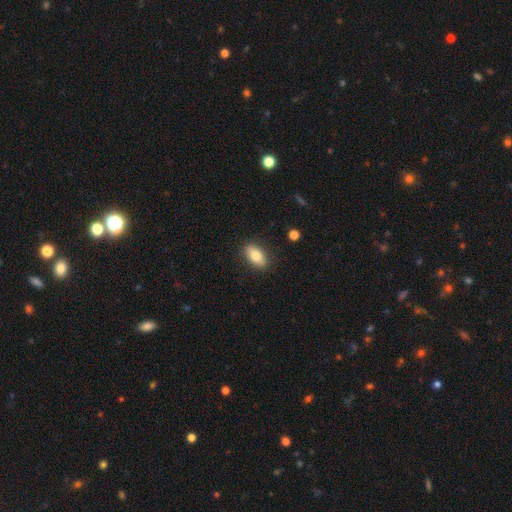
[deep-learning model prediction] smooth 79%, featured or disk 14%, star or artifact 7%. Down the decision tree: how rounded — in between (86%); merging — none (87%).